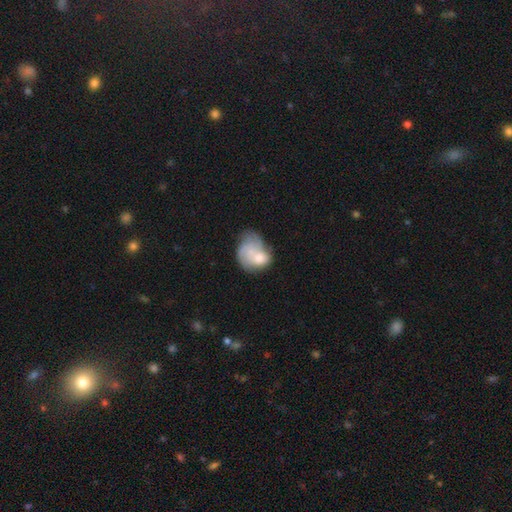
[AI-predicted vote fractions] A smooth galaxy with no disk features (60%) that is in between round and cigar-shaped (59%). Merging: merger (41%).